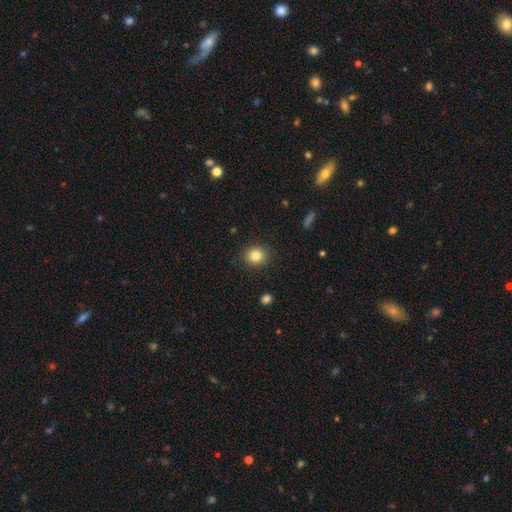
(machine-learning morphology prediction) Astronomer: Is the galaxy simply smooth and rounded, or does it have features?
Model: smooth — 83%.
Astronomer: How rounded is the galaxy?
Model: round — 82%.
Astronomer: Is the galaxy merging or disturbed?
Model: none — 90%.